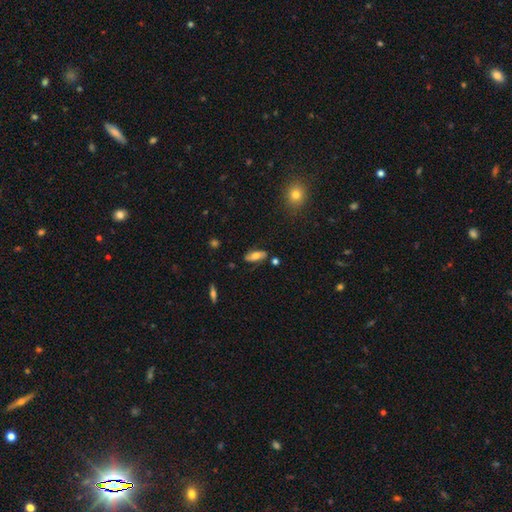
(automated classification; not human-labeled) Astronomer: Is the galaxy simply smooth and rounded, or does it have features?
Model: smooth — 60%.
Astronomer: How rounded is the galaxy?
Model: in between — 78%.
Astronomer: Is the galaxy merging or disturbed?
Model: none — 75%.